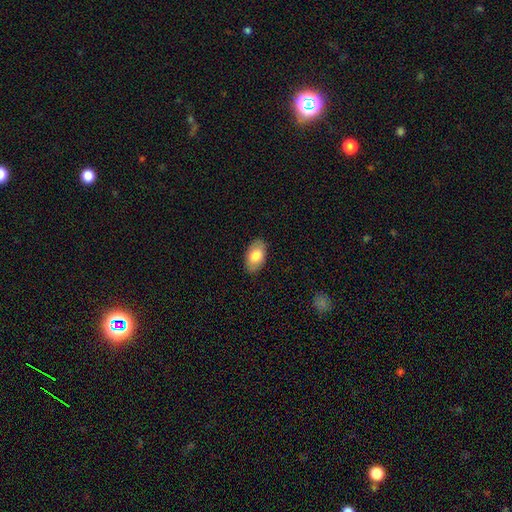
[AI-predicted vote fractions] smooth 81%, featured or disk 13%, star or artifact 6%. Down the decision tree: how rounded — in between (93%); merging — none (85%).